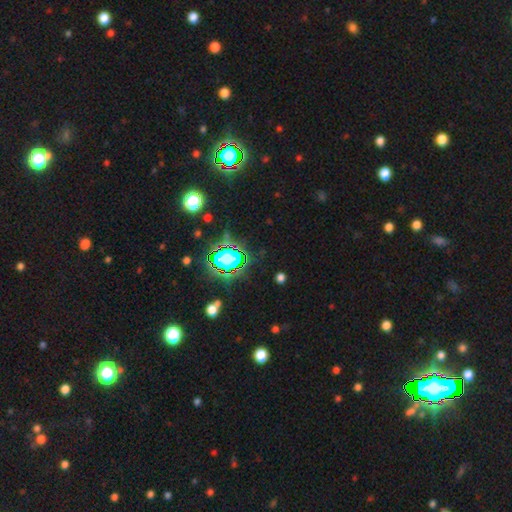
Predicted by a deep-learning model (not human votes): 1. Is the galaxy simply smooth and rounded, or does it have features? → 77% star or artifact, 14% smooth, 9% featured or disk.